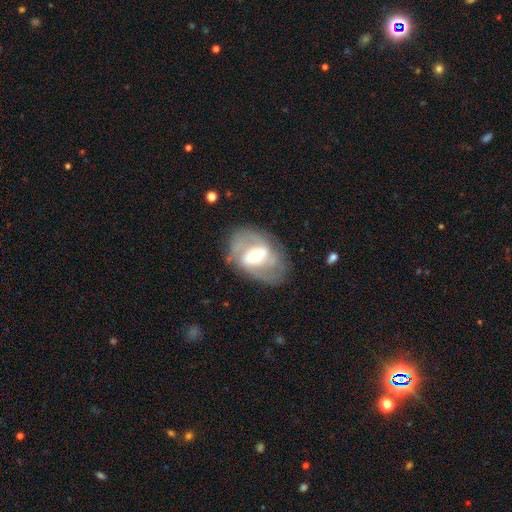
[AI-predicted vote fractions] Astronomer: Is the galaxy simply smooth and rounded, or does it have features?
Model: featured or disk — 77%.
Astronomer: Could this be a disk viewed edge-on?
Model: no — 95%.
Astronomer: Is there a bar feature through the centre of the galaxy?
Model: strong — 46% (runner-up: weak, 37%).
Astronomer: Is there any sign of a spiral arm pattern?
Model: yes — 79%.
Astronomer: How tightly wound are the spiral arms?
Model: medium — 45% (runner-up: tight, 34%).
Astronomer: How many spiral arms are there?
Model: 2 — 69%.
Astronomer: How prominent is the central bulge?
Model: moderate — 58%.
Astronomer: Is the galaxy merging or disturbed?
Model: none — 71%.